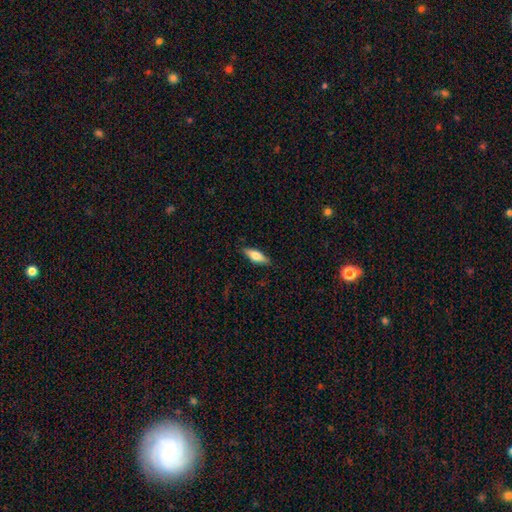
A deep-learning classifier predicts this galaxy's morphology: A smooth galaxy with no disk features (61%) that is in between round and cigar-shaped (53%). Merging: none (87%).